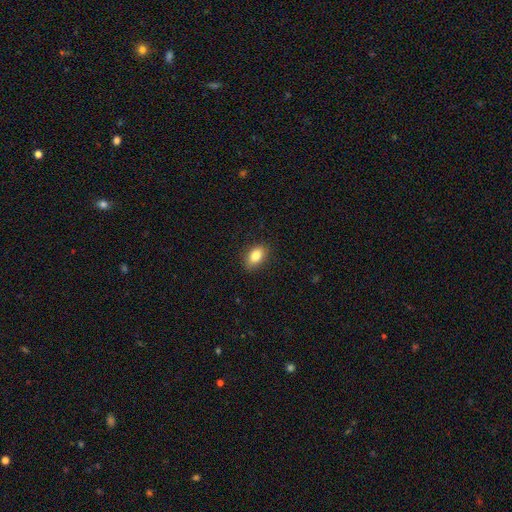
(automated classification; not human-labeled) Smooth or featured: smooth — 84% (star or artifact — 9%)
How rounded: in between — 84% (round — 13%)
Merging: none — 87% (minor disturbance — 10%)